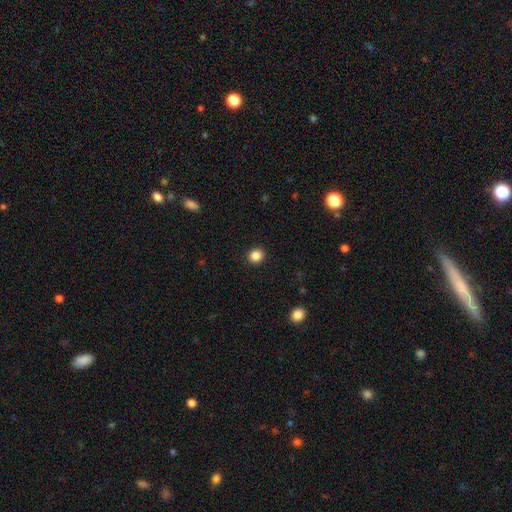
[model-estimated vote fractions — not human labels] A smooth galaxy with no disk features (86%) that is round (83%).

Vote fractions:
- Smooth or featured? smooth: 86% / star or artifact: 10% / featured or disk: 3%
- How rounded? round: 83% / in between: 16% / cigar-shaped: 1%
- Merging? none: 92% / minor disturbance: 5% / major disturbance: 2% / merger: 1%